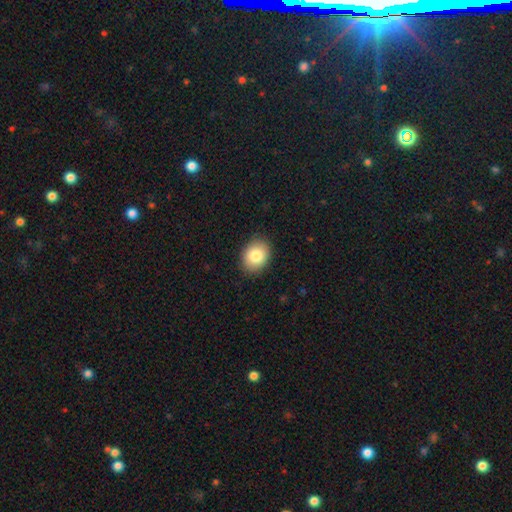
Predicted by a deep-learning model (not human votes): Smooth or featured?
  - smooth: 83% *
  - featured or disk: 8%
  - star or artifact: 8%
How rounded?
  - in between: 57% *
  - round: 43%
  - cigar-shaped: 1%
Merging?
  - none: 88% *
  - minor disturbance: 9%
  - major disturbance: 2%
  - merger: 1%